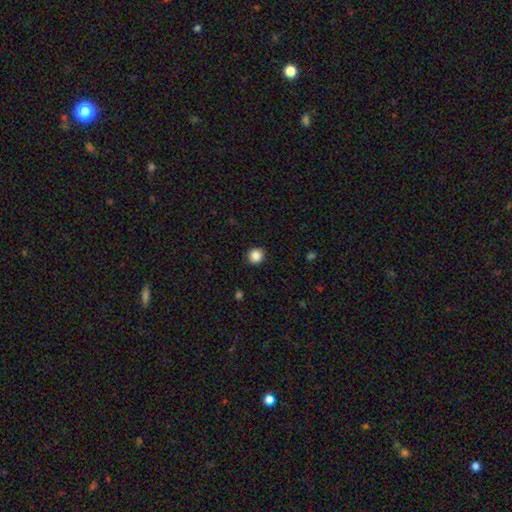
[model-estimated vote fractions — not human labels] Smooth or featured? Predicted: smooth (p=0.87). How rounded? Predicted: round (p=0.92). Merging? Predicted: none (p=0.91).